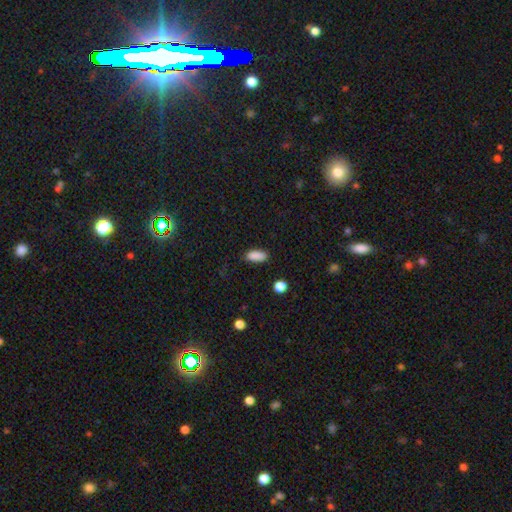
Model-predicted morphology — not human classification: smooth-or-featured: smooth: 88% | star or artifact: 9% | featured or disk: 3%
  how-rounded: in between: 83% | cigar-shaped: 14% | round: 3%
  merging: none: 84% | minor disturbance: 12% | major disturbance: 3% | merger: 2%